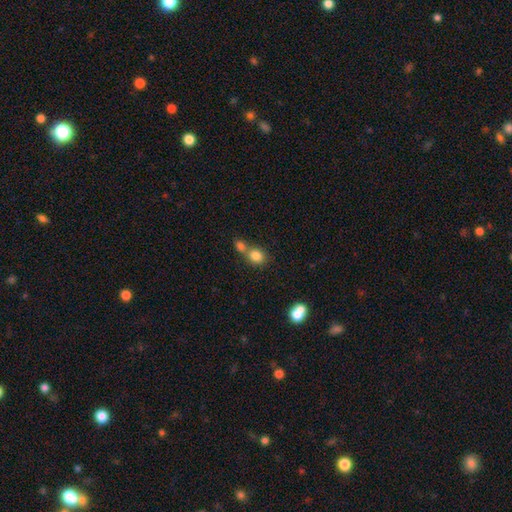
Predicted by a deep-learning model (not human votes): A smooth galaxy with no disk features (82%) that is round (64%). Merging: merger (50%).